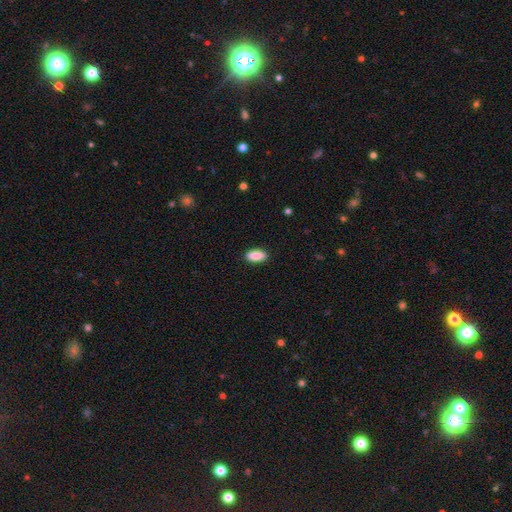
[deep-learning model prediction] Q: Smooth or featured?
A: smooth (90%); runner-up: star or artifact (6%)
Q: How rounded?
A: in between (89%); runner-up: cigar-shaped (8%)
Q: Merging?
A: none (90%); runner-up: minor disturbance (8%)